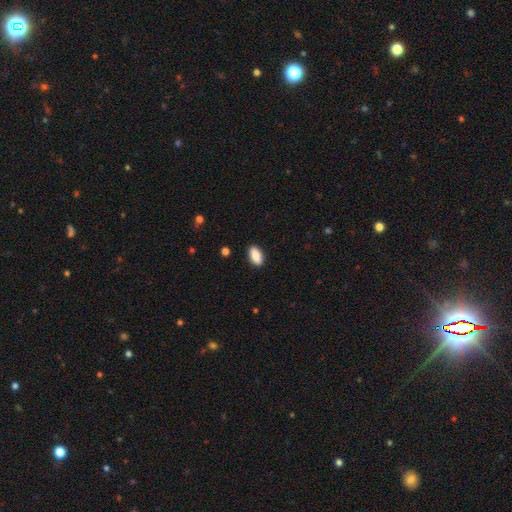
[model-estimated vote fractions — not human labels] Smooth or featured: smooth — 89% (star or artifact — 7%)
How rounded: in between — 92% (cigar-shaped — 5%)
Merging: none — 89% (minor disturbance — 8%)